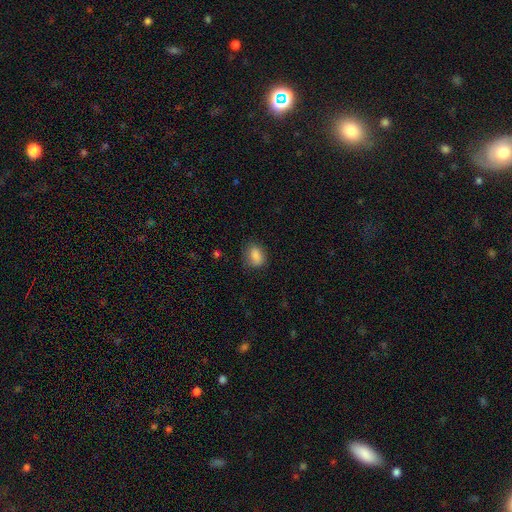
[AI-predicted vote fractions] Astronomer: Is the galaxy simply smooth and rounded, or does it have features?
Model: smooth — 87%.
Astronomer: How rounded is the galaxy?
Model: in between — 75%.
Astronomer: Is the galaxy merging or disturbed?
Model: none — 77%.